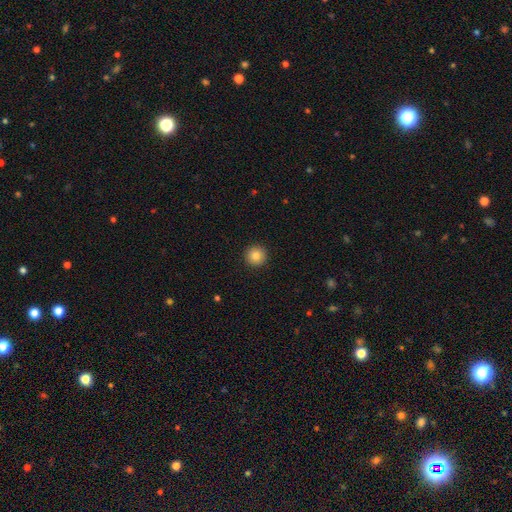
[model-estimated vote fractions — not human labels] smooth 85%, star or artifact 10%, featured or disk 6%. Down the decision tree: how rounded — round (96%); merging — none (93%).